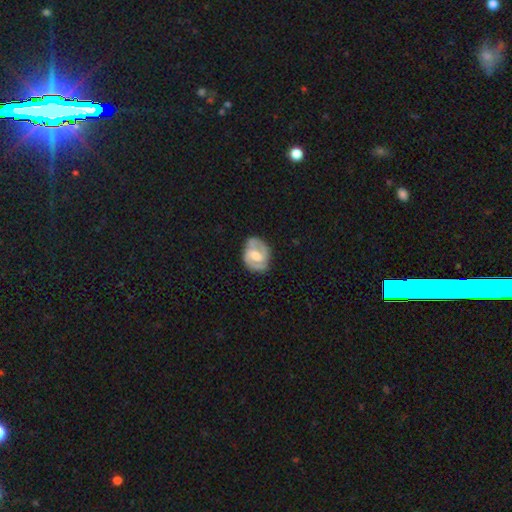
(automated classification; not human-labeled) Smooth or featured? featured or disk (74%)
Edge-on disk? no (97%)
Bar? weak (51%)
Spiral arms? yes (85%)
Spiral winding? medium (46%)
Spiral arm count? 2 (84%)
Bulge size? moderate (64%)
Merging? none (76%)